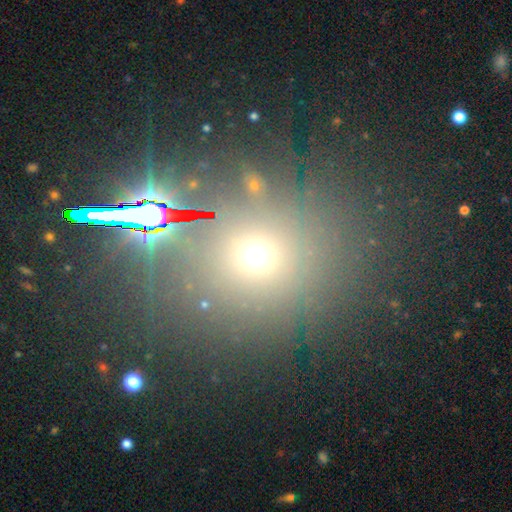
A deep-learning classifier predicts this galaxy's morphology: Overall: smooth (53%; star or artifact 37%). How rounded: round (81%). Merging: none (79%).